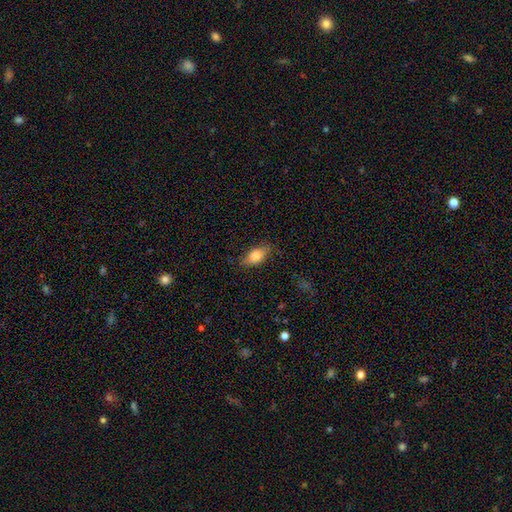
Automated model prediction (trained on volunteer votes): This appears to be a smooth galaxy with no disk features (79%) that is in between round and cigar-shaped (85%). Merging: none (77%).